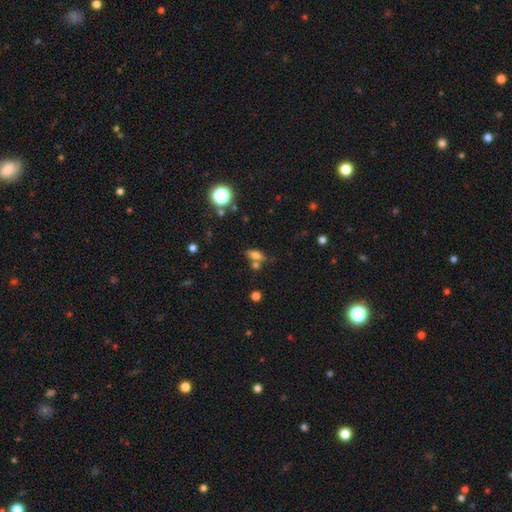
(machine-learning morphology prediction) Smooth or featured? Predicted: smooth (p=0.70). How rounded? Predicted: in between (p=0.79). Merging? Predicted: none (p=0.55).